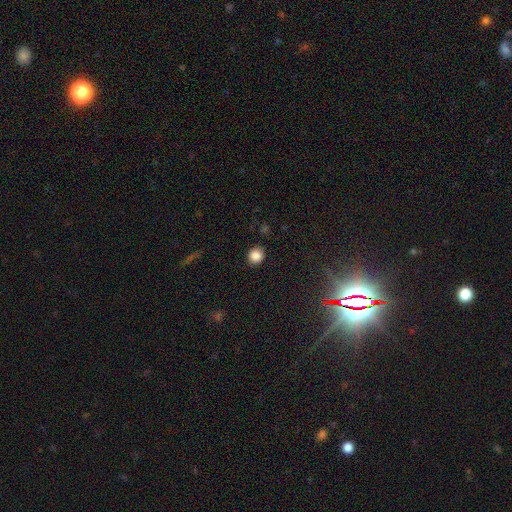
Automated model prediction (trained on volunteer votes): Overall: smooth (85%). How rounded: round (78%). Merging: none (87%).